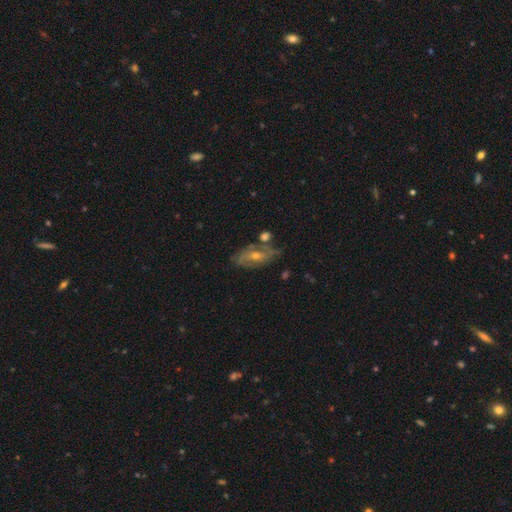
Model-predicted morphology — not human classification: smooth-or-featured: featured or disk: 62% | smooth: 26% | star or artifact: 12%
  disk-edge-on: no: 83% | yes: 17%
    bar: no: 60% | weak: 30% | strong: 10%
    has-spiral-arms: yes: 67% | no: 33%
    bulge-size: moderate: 53% | small: 42% | large: 2% | none: 2% | dominant: 1%
  merging: none: 60% | minor disturbance: 21% | merger: 11% | major disturbance: 9%